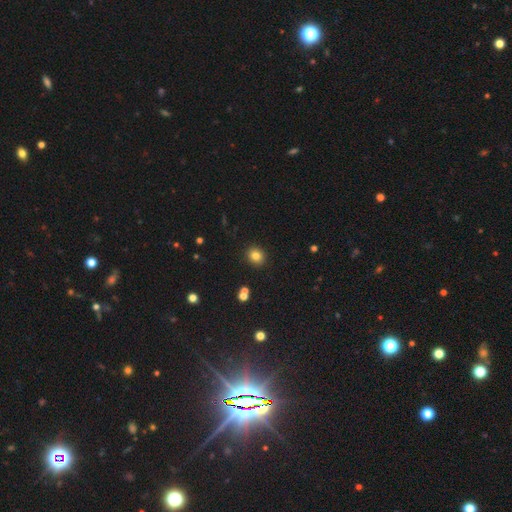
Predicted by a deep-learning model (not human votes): Smooth or featured? Predicted: smooth (p=0.80). How rounded? Predicted: round (p=0.78). Merging? Predicted: none (p=0.90).